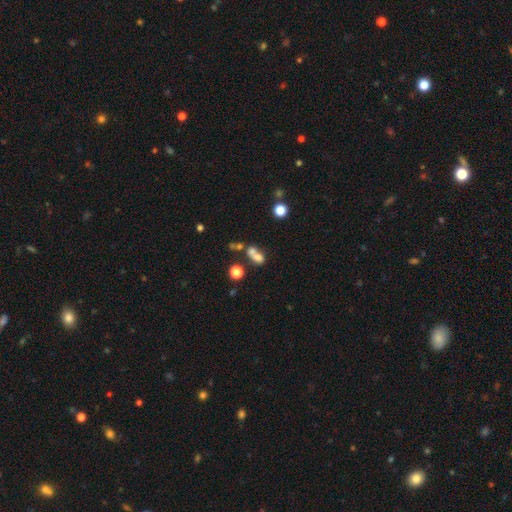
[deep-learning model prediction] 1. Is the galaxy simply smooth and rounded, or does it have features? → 64% smooth, 20% featured or disk, 16% star or artifact.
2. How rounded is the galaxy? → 52% in between, 45% round, 3% cigar-shaped.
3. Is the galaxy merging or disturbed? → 61% merger, 24% none, 8% major disturbance, 8% minor disturbance.